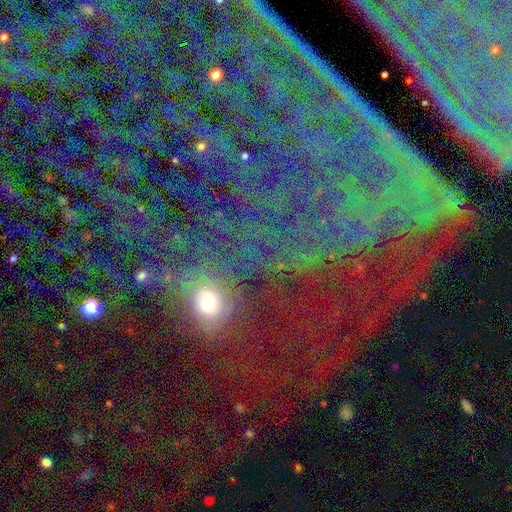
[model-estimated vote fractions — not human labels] Overall: star or artifact (52%; smooth 26%).